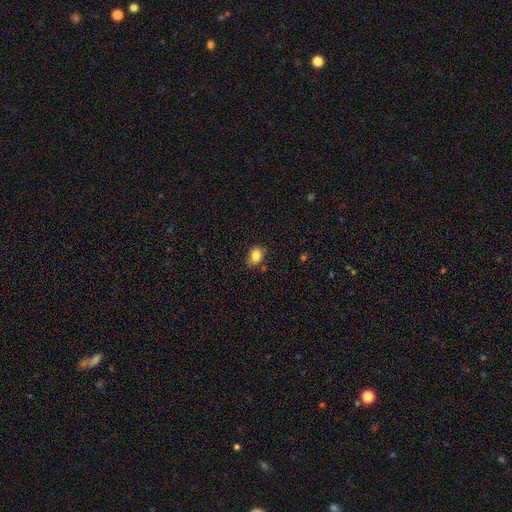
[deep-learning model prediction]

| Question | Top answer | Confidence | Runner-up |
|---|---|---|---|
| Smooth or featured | smooth | 83% | star or artifact (10%) |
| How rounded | in between | 55% | round (44%) |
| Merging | none | 75% | minor disturbance (19%) |